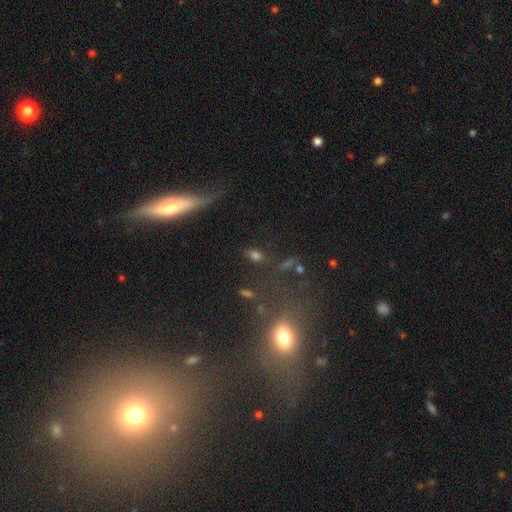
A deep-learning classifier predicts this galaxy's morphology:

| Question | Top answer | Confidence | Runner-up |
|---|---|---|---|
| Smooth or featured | smooth | 64% | star or artifact (20%) |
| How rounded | in between | 74% | round (15%) |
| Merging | none | 69% | minor disturbance (13%) |